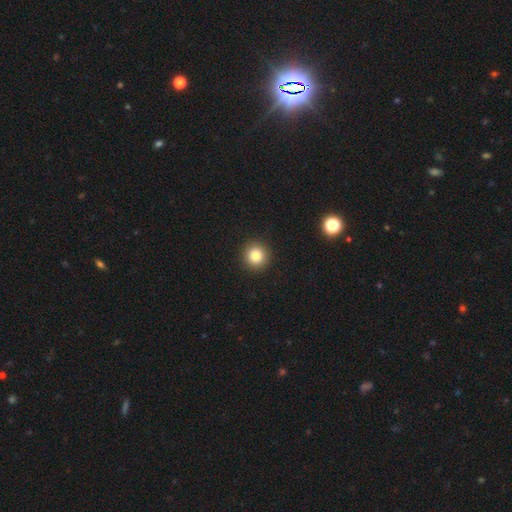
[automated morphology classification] type=smooth (83%); roundness=round (94%); merging=none (92%).